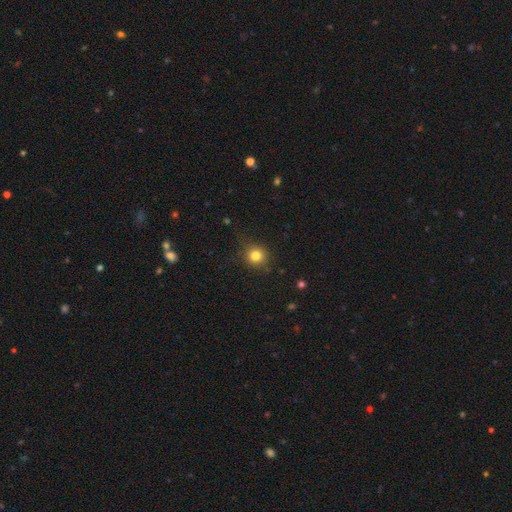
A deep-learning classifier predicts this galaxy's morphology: smooth_or_featured: smooth (p=0.81) [alt: star or artifact p=0.13]
how_rounded: round (p=0.90) [alt: in between p=0.09]
merging: none (p=0.83) [alt: minor disturbance p=0.13]